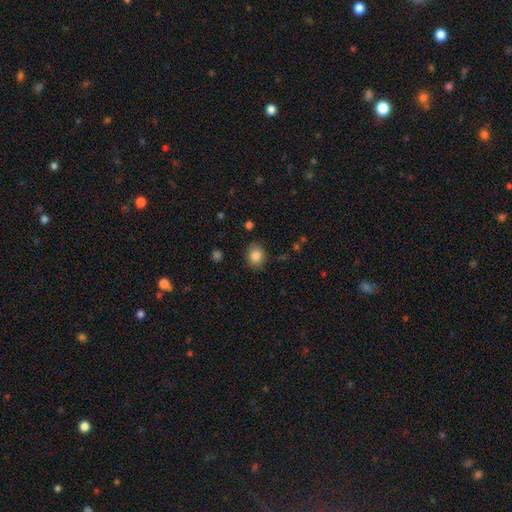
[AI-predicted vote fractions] This is clearly a smooth galaxy (86%). How rounded: likely round (64%). Merging: clearly none (85%).